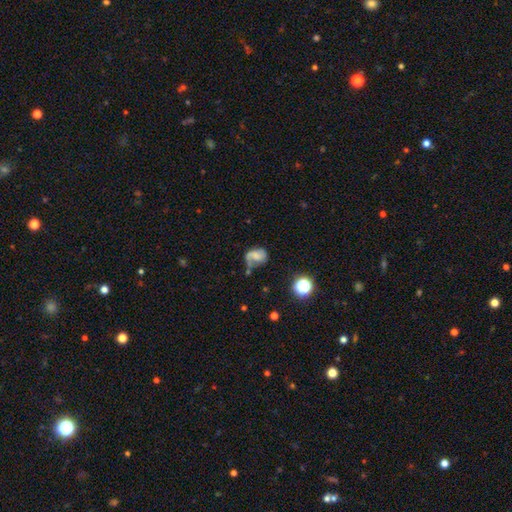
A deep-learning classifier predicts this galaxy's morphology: Smooth or featured? Predicted: featured or disk (p=0.47). Merging? Predicted: none (p=0.35).